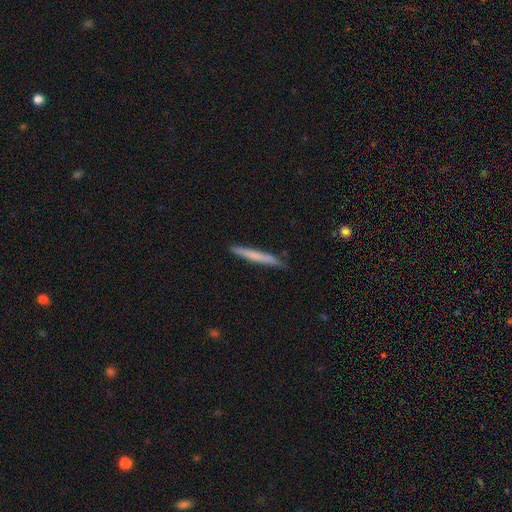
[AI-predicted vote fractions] Q: Smooth or featured?
A: smooth (64%); runner-up: featured or disk (31%)
Q: How rounded?
A: cigar-shaped (97%); runner-up: in between (2%)
Q: Merging?
A: none (88%); runner-up: minor disturbance (9%)